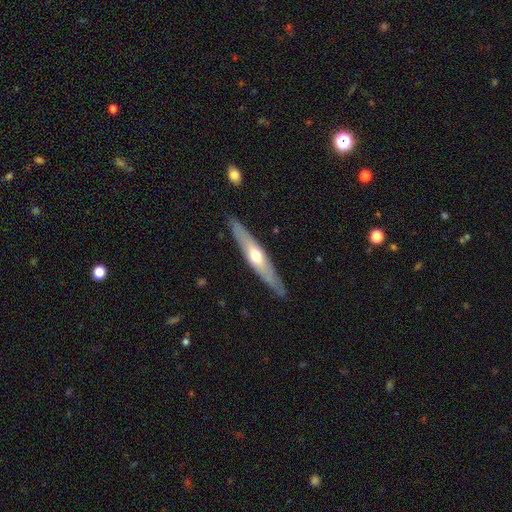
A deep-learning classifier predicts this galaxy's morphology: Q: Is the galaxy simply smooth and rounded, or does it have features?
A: featured or disk — 58%.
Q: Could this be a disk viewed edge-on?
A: yes — 86%.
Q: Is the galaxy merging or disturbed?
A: none — 87%.